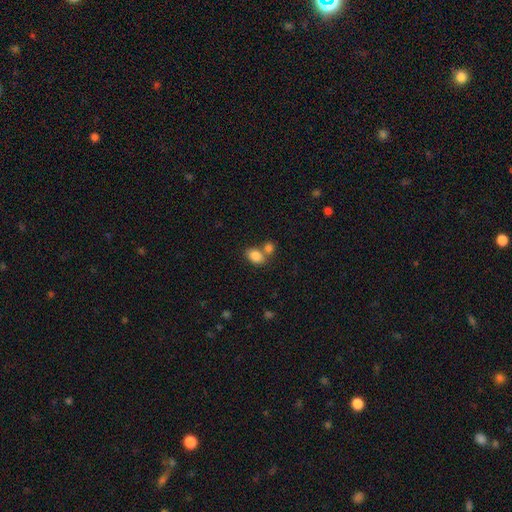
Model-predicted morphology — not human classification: type=smooth (84%); roundness=in between (79%); merging=none (46%).